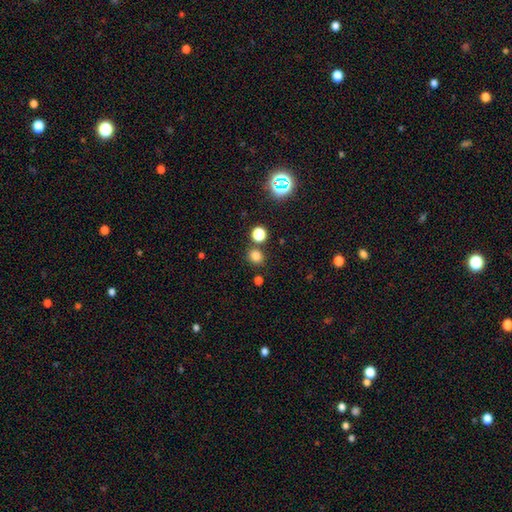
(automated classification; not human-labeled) smooth_or_featured: smooth (p=0.78) [alt: star or artifact p=0.18]
how_rounded: round (p=0.80) [alt: in between p=0.19]
merging: none (p=0.80) [alt: merger p=0.09]